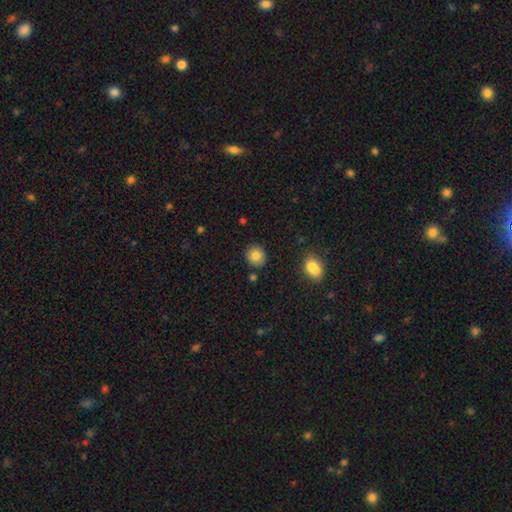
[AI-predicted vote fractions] Smooth or featured?
  - smooth: 83% *
  - star or artifact: 9%
  - featured or disk: 7%
How rounded?
  - round: 82% *
  - in between: 17%
  - cigar-shaped: 1%
Merging?
  - none: 87% *
  - minor disturbance: 8%
  - merger: 3%
  - major disturbance: 2%